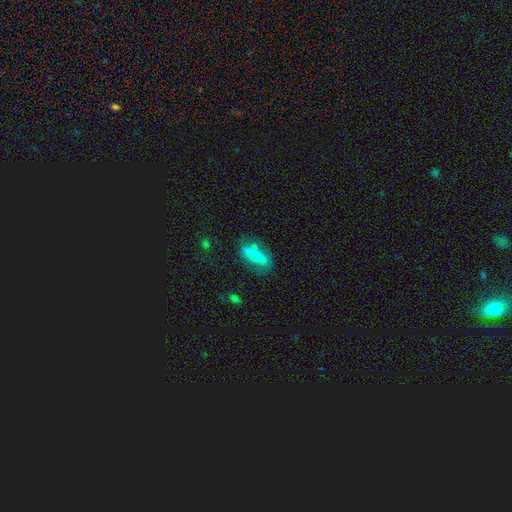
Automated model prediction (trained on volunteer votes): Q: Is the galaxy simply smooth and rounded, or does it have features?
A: smooth — 52%.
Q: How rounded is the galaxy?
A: in between — 62%.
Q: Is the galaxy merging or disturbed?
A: none — 62%.